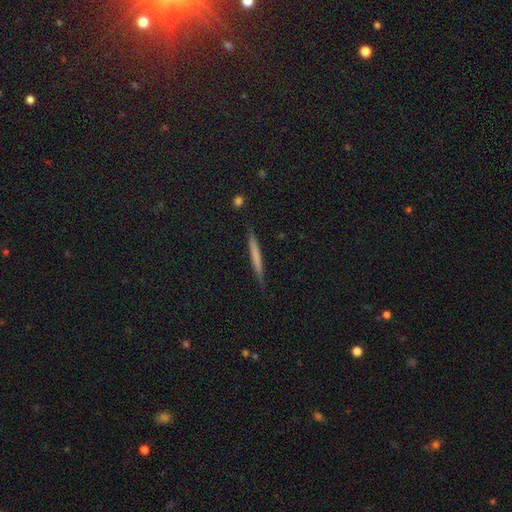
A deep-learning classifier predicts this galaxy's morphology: Smooth or featured?
  - smooth: 61% *
  - featured or disk: 32%
  - star or artifact: 7%
How rounded?
  - cigar-shaped: 96% *
  - in between: 3%
  - round: 2%
Merging?
  - none: 83% *
  - minor disturbance: 13%
  - major disturbance: 2%
  - merger: 1%